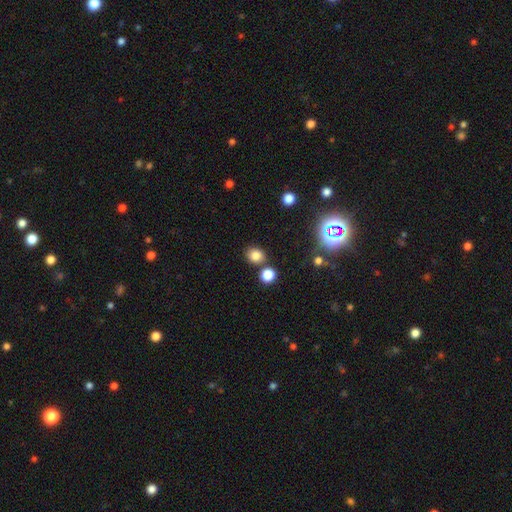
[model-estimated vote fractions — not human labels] This is likely a smooth galaxy (80%). How rounded: likely round (69%). Merging: likely none (74%).